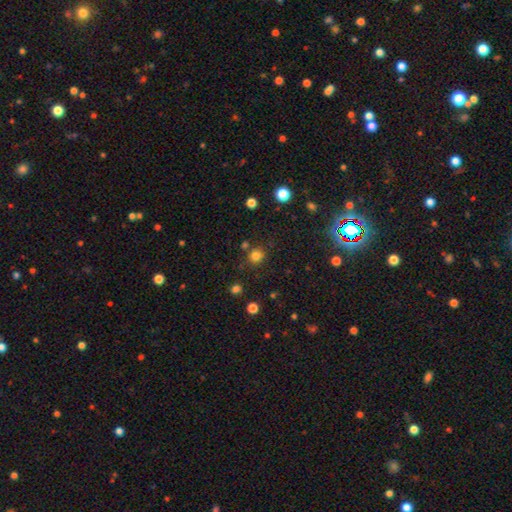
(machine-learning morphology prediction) Smooth or featured? Predicted: smooth (p=0.80). How rounded? Predicted: round (p=0.88). Merging? Predicted: none (p=0.80).